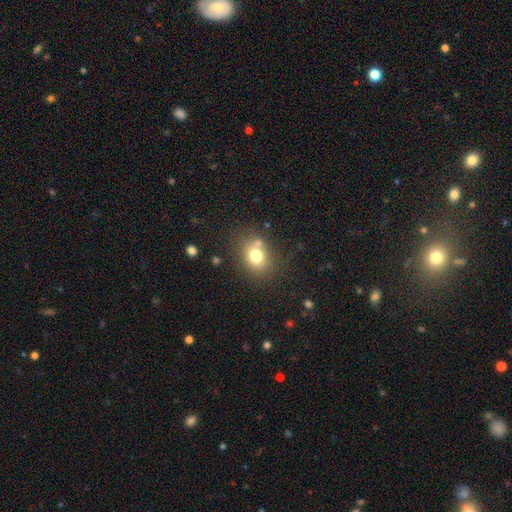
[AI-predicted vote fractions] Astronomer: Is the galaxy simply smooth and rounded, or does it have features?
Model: smooth — 74%.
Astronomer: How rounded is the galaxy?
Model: round — 50% (runner-up: in between, 49%).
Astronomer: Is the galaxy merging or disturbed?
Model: none — 69%.